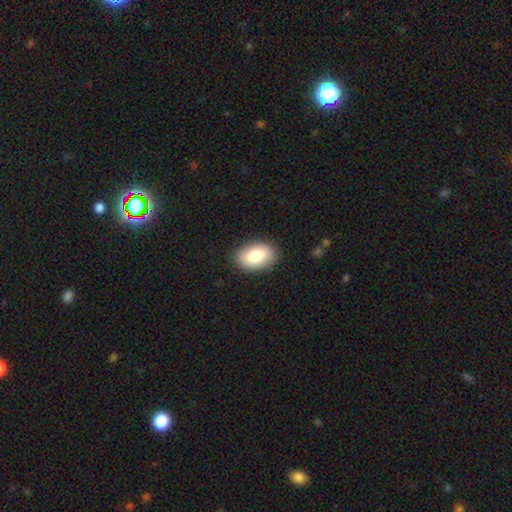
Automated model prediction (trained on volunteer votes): A smooth galaxy with no disk features (82%) that is in between round and cigar-shaped (89%).

Vote fractions:
- Smooth or featured? smooth: 82% / featured or disk: 11% / star or artifact: 7%
- How rounded? in between: 89% / round: 10% / cigar-shaped: 1%
- Merging? none: 87% / minor disturbance: 9% / major disturbance: 2% / merger: 1%